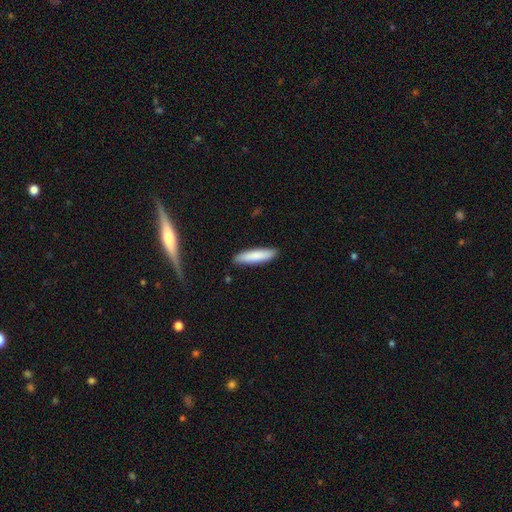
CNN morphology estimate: A smooth galaxy with no disk features (84%) that is cigar-shaped (77%).

Vote fractions:
- Smooth or featured? smooth: 84% / featured or disk: 10% / star or artifact: 5%
- How rounded? cigar-shaped: 77% / in between: 22% / round: 1%
- Merging? none: 89% / minor disturbance: 9% / major disturbance: 2% / merger: 1%